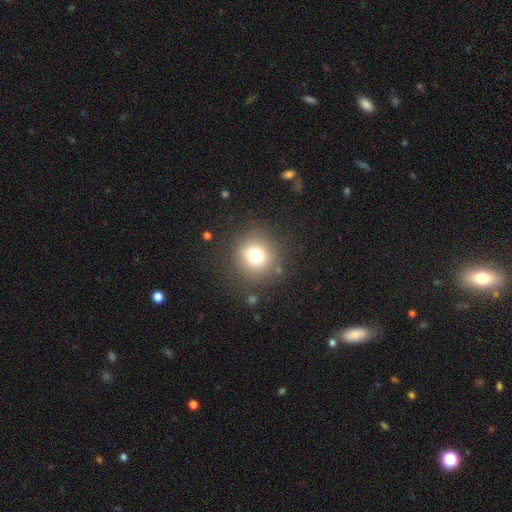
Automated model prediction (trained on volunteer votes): smooth_or_featured: smooth (p=0.73) [alt: star or artifact p=0.16]
how_rounded: round (p=0.93) [alt: in between p=0.06]
merging: none (p=0.85) [alt: minor disturbance p=0.08]